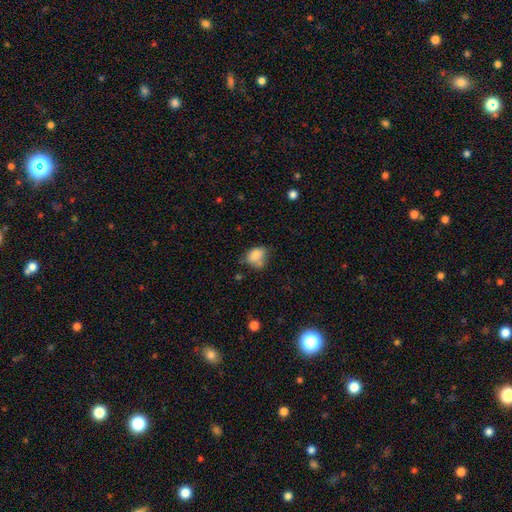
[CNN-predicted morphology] type=smooth (80%); roundness=in between (69%); merging=none (47%).